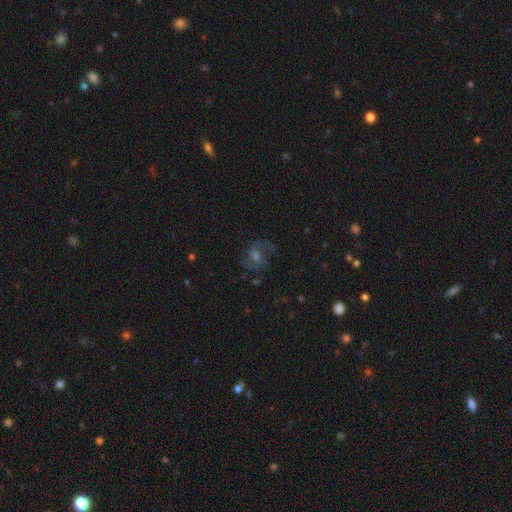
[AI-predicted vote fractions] A featured or disk galaxy (56%) with no bar (46%), spiral arms (84%) and a moderate central bulge (52%). Merging: none (71%).